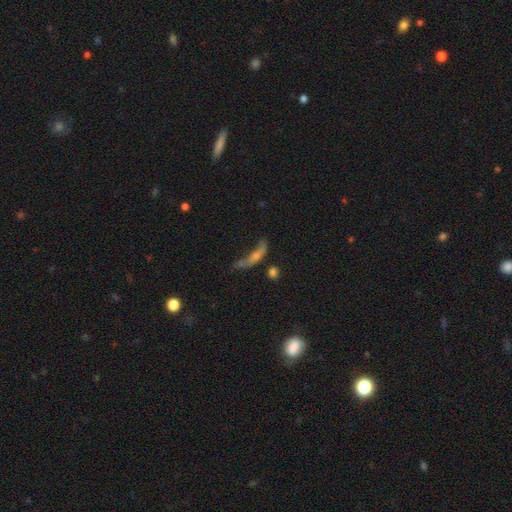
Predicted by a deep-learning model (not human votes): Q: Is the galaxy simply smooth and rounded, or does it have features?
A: featured or disk — 43%.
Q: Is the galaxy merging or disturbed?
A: major disturbance — 42%.